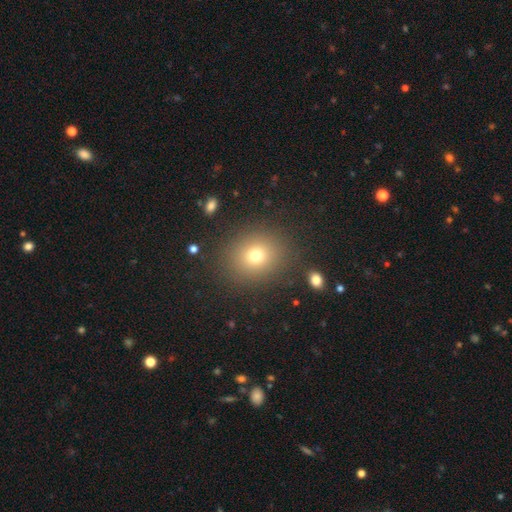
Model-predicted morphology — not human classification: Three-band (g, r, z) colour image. It shows a smooth galaxy with no disk features (73%) that is round (68%). Merging: none (87%).